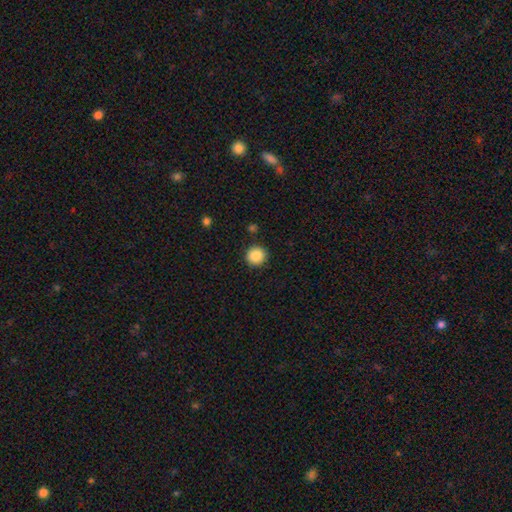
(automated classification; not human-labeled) A smooth galaxy with no disk features (87%) that is round (93%). Merging: none (89%).